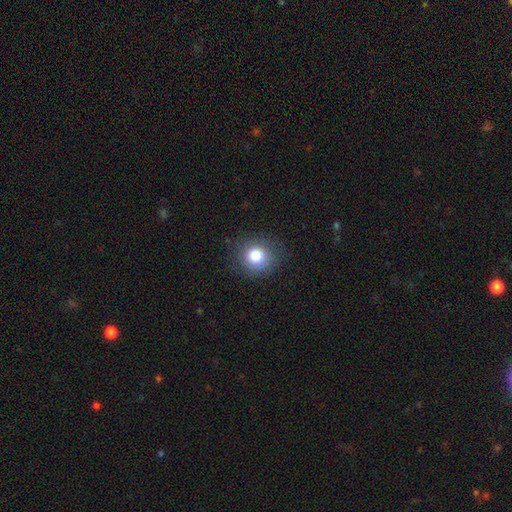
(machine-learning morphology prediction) type=smooth (80%); roundness=round (88%); merging=none (82%).